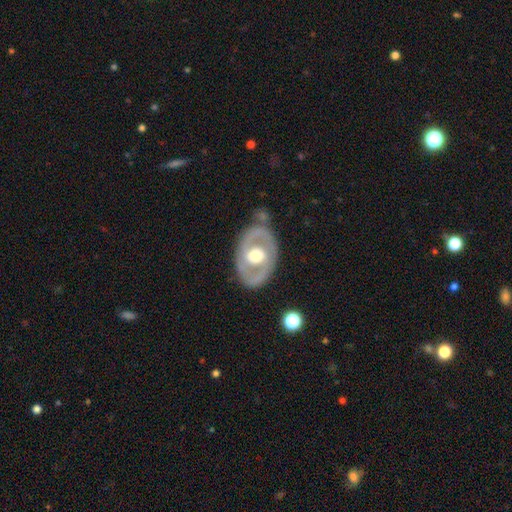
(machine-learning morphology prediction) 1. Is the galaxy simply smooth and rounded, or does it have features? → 69% featured or disk, 26% smooth, 5% star or artifact.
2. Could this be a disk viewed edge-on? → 93% no, 7% yes.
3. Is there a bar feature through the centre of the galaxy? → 64% no, 25% weak, 11% strong.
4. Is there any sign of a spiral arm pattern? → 58% no, 42% yes.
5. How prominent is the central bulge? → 64% moderate, 27% large, 6% small, 2% dominant, 1% none.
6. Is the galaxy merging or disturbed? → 74% none, 15% minor disturbance, 7% major disturbance, 4% merger.